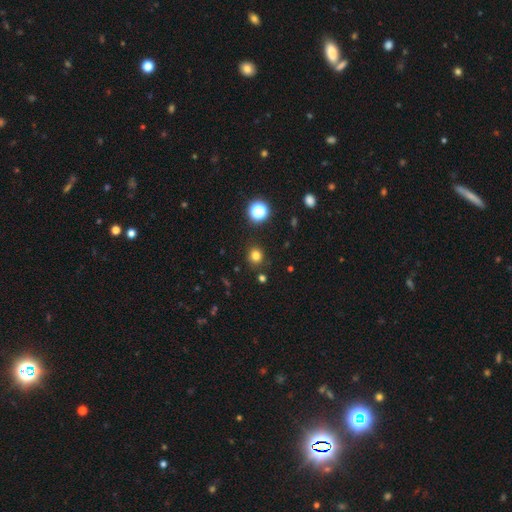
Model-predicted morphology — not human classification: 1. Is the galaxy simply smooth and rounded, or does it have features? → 78% smooth, 17% star or artifact, 5% featured or disk.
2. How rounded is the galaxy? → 90% round, 9% in between, 1% cigar-shaped.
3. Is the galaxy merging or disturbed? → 88% none, 7% minor disturbance, 2% major disturbance, 2% merger.